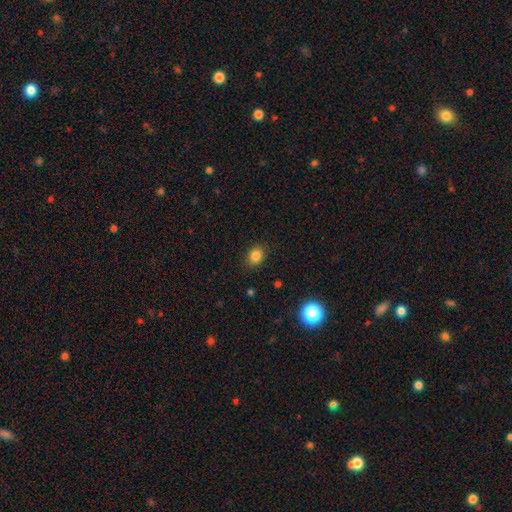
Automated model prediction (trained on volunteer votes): A smooth galaxy with no disk features (83%) that is in between round and cigar-shaped (52%).

Vote fractions:
- Smooth or featured? smooth: 83% / star or artifact: 12% / featured or disk: 6%
- How rounded? in between: 52% / round: 47% / cigar-shaped: 1%
- Merging? none: 87% / minor disturbance: 9% / major disturbance: 2% / merger: 1%